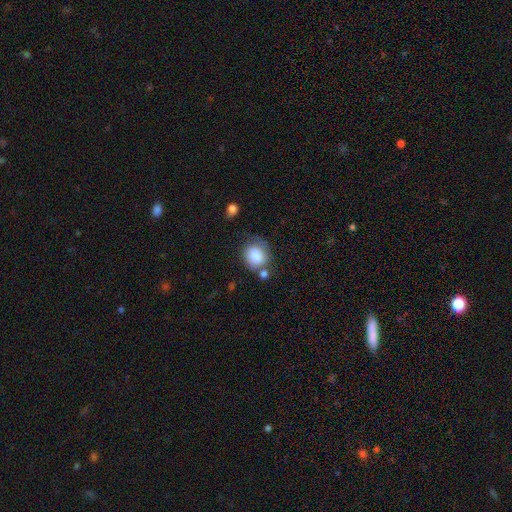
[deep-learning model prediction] smooth_or_featured: smooth (p=0.79) [alt: featured or disk p=0.13]
how_rounded: round (p=0.57) [alt: in between p=0.42]
merging: none (p=0.49) [alt: minor disturbance p=0.24]